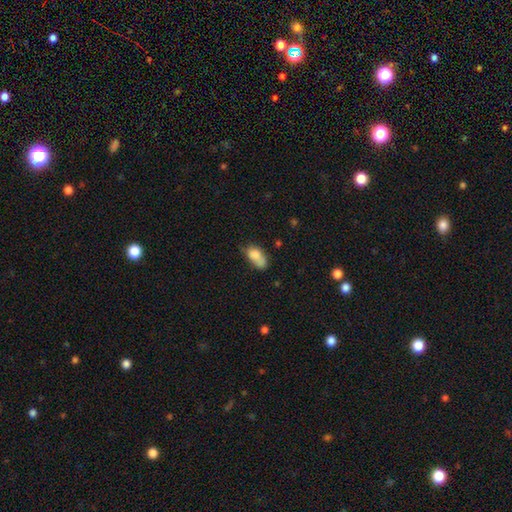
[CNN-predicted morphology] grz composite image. It shows a smooth galaxy with no disk features (76%) that is in between round and cigar-shaped (85%). Merging: none (33%).